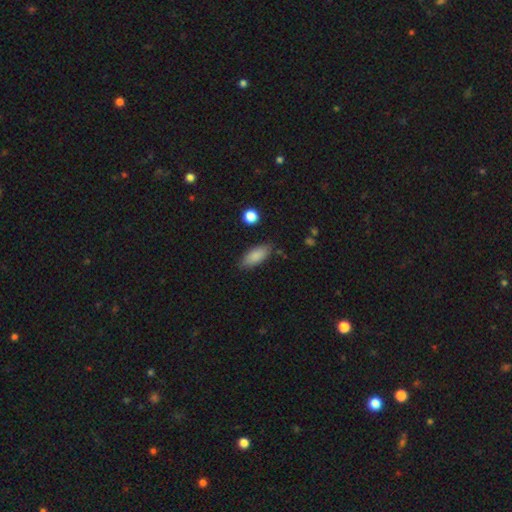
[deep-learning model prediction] Smooth or featured? Predicted: smooth (p=0.86). How rounded? Predicted: in between (p=0.81). Merging? Predicted: none (p=0.83).